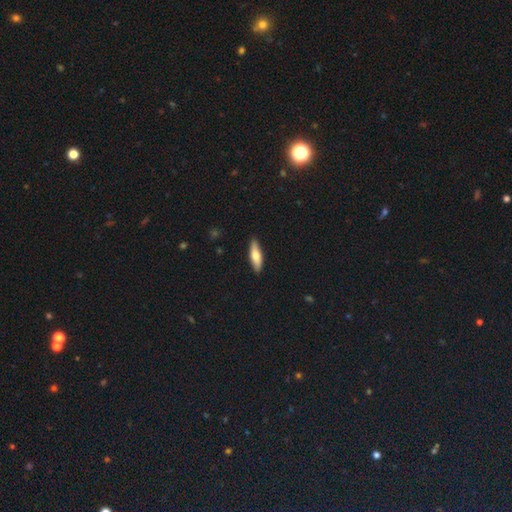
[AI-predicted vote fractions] The model was most divided on "how rounded": cigar-shaped: 59%, in between: 39%, round: 2%. More confident: merging — none (89%); smooth or featured — smooth (67%).